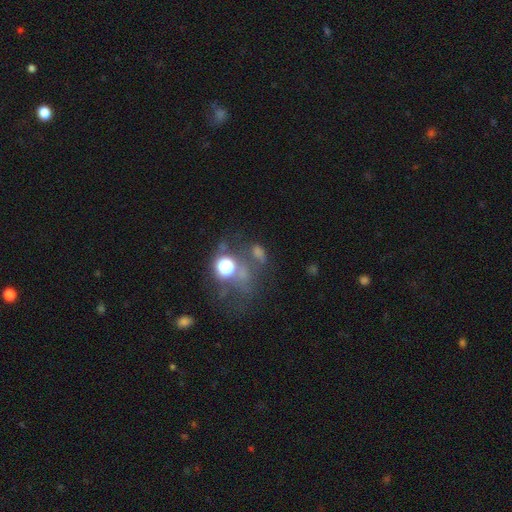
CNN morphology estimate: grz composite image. It shows a smooth galaxy with no disk features (41%). Merging: none (43%).